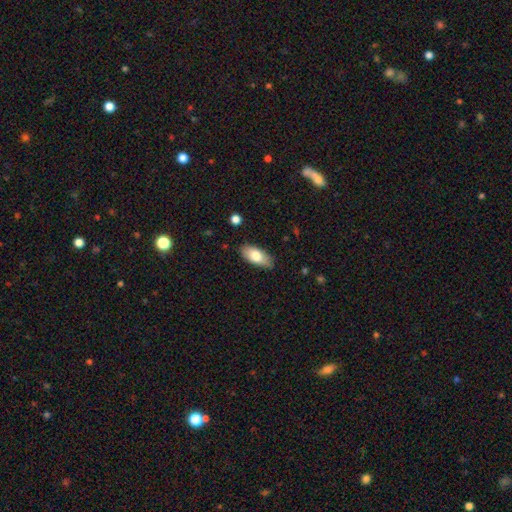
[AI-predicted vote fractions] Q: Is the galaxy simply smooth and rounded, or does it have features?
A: smooth — 77%.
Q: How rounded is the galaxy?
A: in between — 89%.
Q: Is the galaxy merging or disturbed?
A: none — 85%.